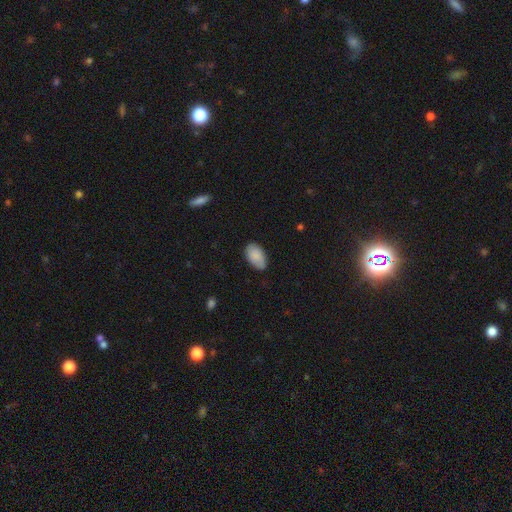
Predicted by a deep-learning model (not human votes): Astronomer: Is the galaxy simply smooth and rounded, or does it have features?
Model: smooth — 87%.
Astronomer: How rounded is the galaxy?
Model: in between — 93%.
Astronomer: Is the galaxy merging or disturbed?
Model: none — 76%.